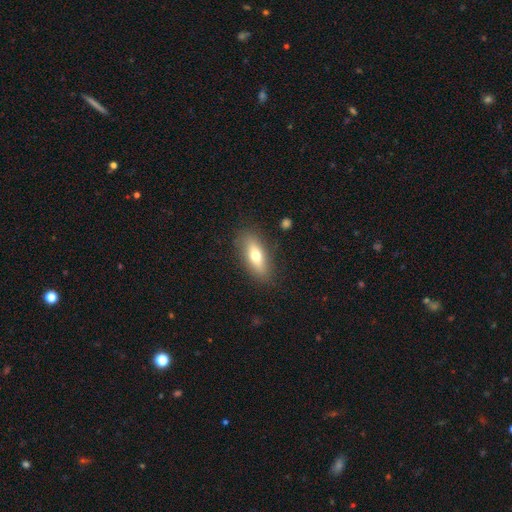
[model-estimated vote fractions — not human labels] Overall: smooth (63%; featured or disk 30%). How rounded: in between (63%; cigar-shaped 34%). Merging: none (84%).